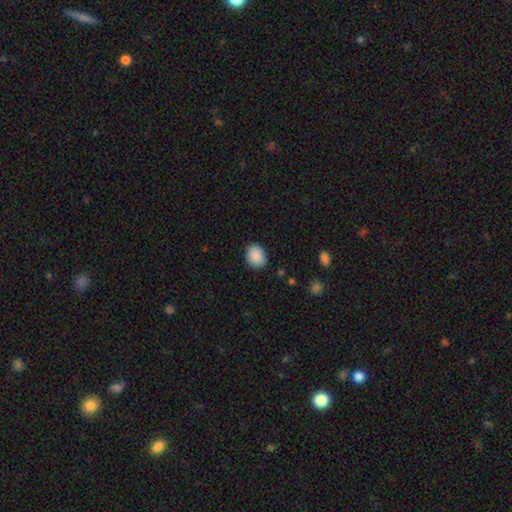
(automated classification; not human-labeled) This is clearly a smooth galaxy (89%). How rounded: possibly in between (53%). Merging: clearly none (84%).